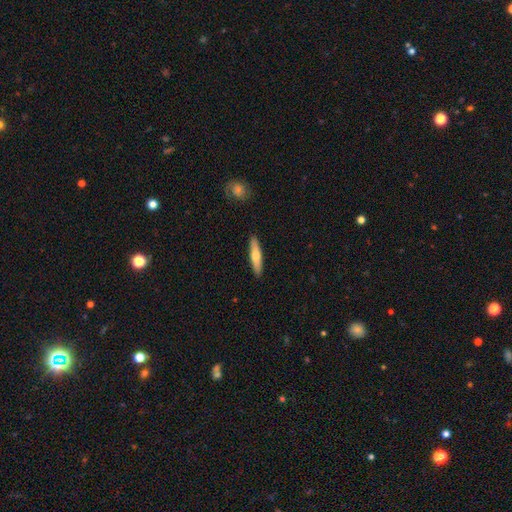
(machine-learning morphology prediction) The model was most divided on "smooth or featured": smooth: 60%, featured or disk: 34%, star or artifact: 5%. More confident: merging — none (91%); how rounded — cigar-shaped (83%).